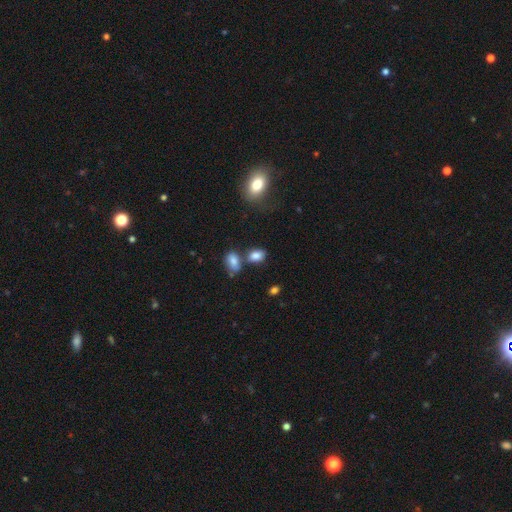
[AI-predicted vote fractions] Morphology: type=smooth (82%); roundness=in between (83%); merging=none (57%).